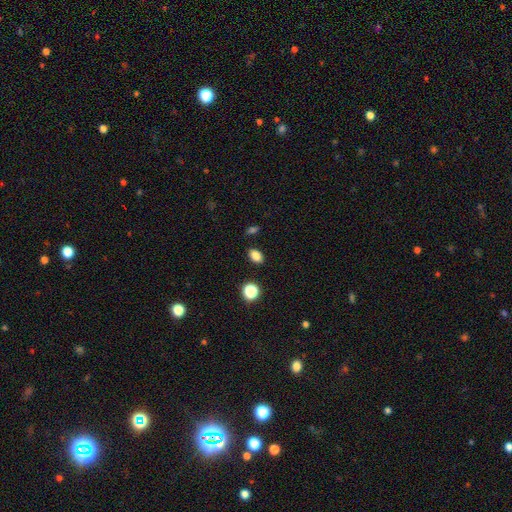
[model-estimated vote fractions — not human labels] A smooth galaxy with no disk features (83%) that is in between round and cigar-shaped (82%). Merging: none (86%).